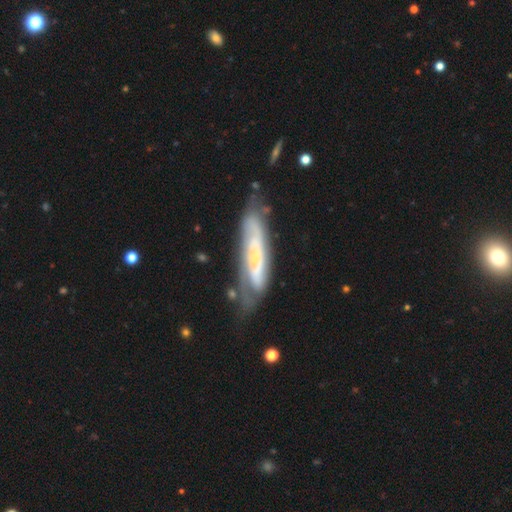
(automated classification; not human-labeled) featured or disk 69%, smooth 25%, star or artifact 7%. Down the decision tree: edge-on disk — no (69%); merging — none (57%).